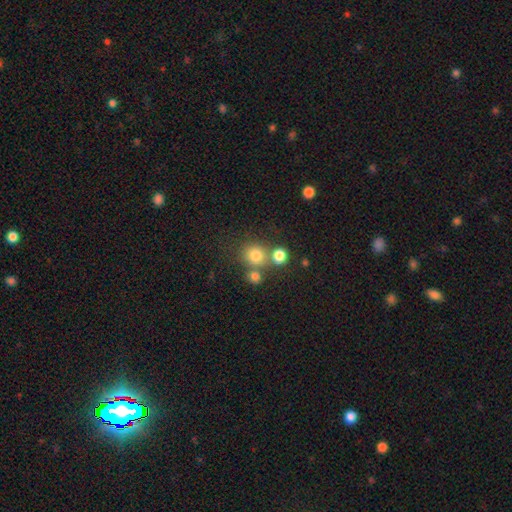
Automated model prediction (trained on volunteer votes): Smooth or featured? smooth (77%)
How rounded? round (87%)
Merging? none (62%)